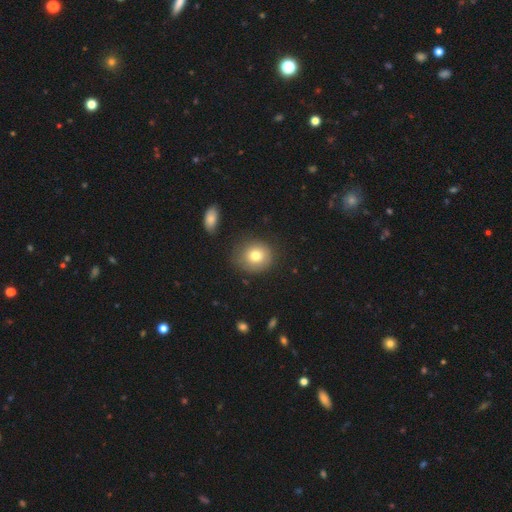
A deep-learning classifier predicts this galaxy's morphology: A smooth galaxy with no disk features (77%) that is round (82%). Merging: none (78%).